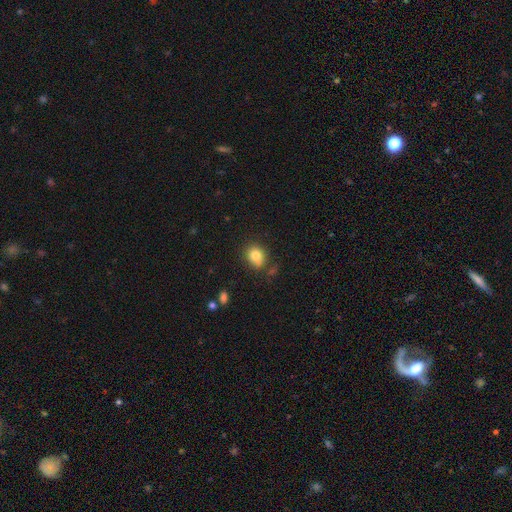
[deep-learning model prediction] A smooth galaxy with no disk features (82%) that is round (64%). Merging: none (72%).